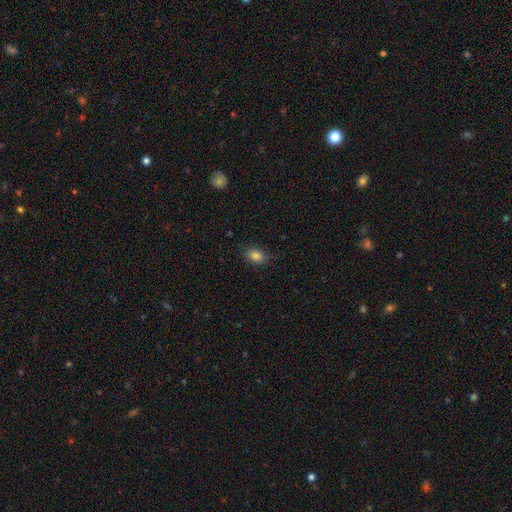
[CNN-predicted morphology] type=smooth (83%); roundness=in between (74%); merging=none (77%).